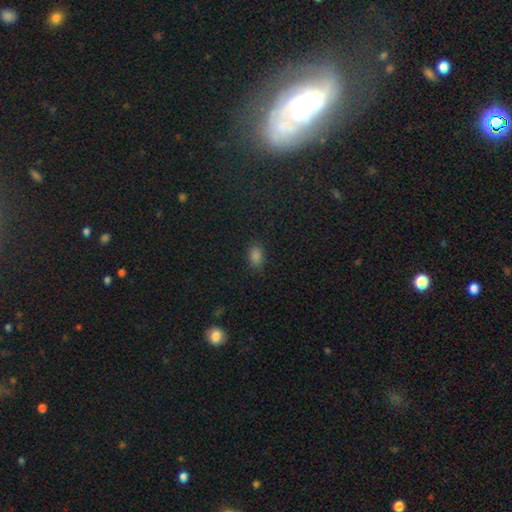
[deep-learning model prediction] This appears to be a smooth galaxy with no disk features (79%) that is in between round and cigar-shaped (84%). Merging: none (83%).